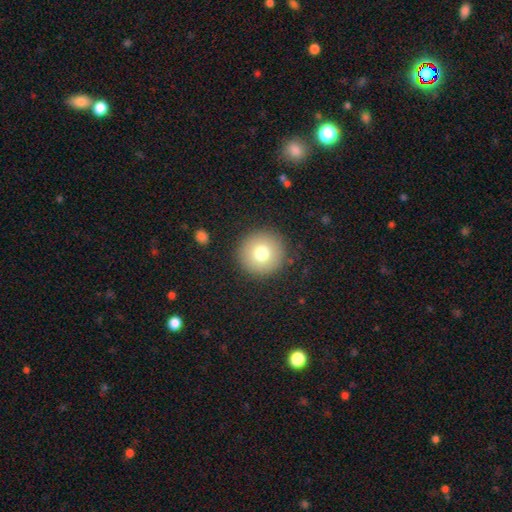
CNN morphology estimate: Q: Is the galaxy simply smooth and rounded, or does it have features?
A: smooth — 64%.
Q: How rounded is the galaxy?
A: round — 95%.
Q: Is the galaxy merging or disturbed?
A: none — 91%.